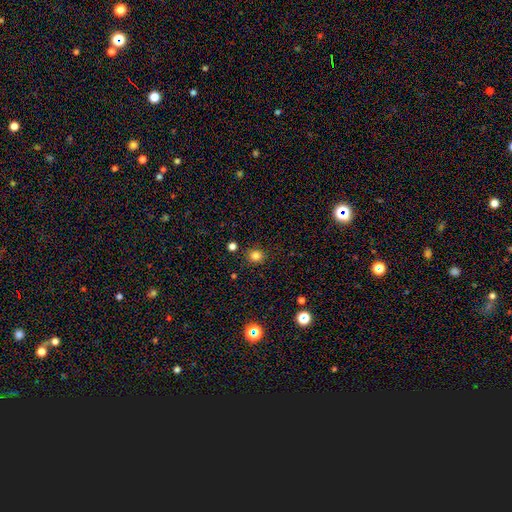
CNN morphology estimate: smooth-or-featured: smooth: 81% | star or artifact: 14% | featured or disk: 5%
  how-rounded: round: 85% | in between: 14% | cigar-shaped: 1%
  merging: none: 87% | minor disturbance: 8% | merger: 3% | major disturbance: 3%